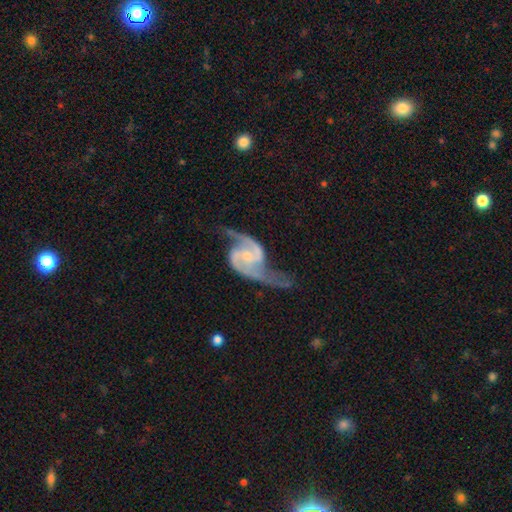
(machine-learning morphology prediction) featured or disk 93%, star or artifact 4%, smooth 3%. Down the decision tree: edge-on disk — no (97%); bar — no (45%); spiral arms — yes (98%); spiral arm count — 2 (94%); spiral winding — medium (48%); bulge size — small (62%); merging — none (62%).